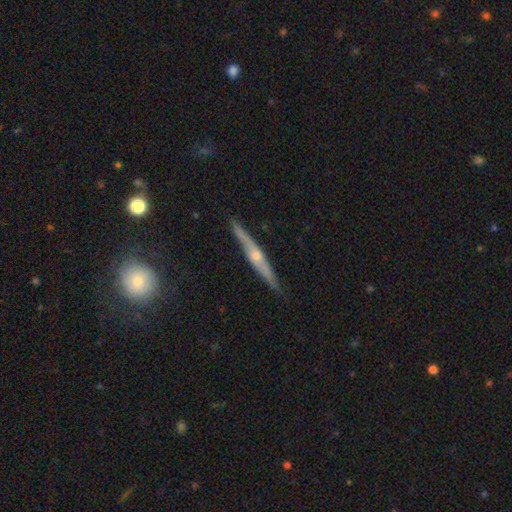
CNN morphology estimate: This is likely a featured or disk galaxy (75%). It is clearly viewed edge-on (97%). Edge-on bulge: clearly rounded (83%). Merging: clearly none (88%).